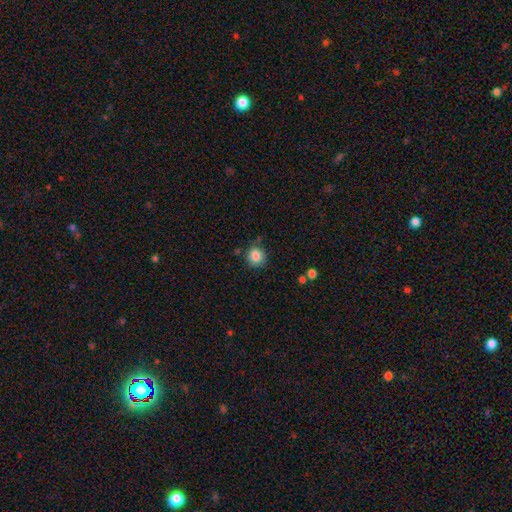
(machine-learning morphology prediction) smooth 84%, star or artifact 10%, featured or disk 6%. Down the decision tree: how rounded — round (91%); merging — none (80%).